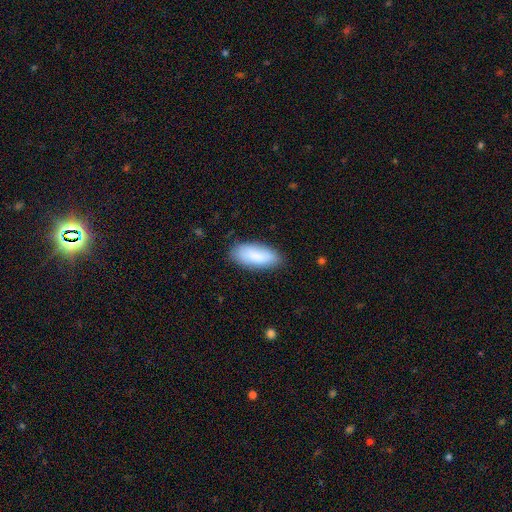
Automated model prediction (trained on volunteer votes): Smooth or featured? smooth (85%)
How rounded? in between (83%)
Merging? none (81%)